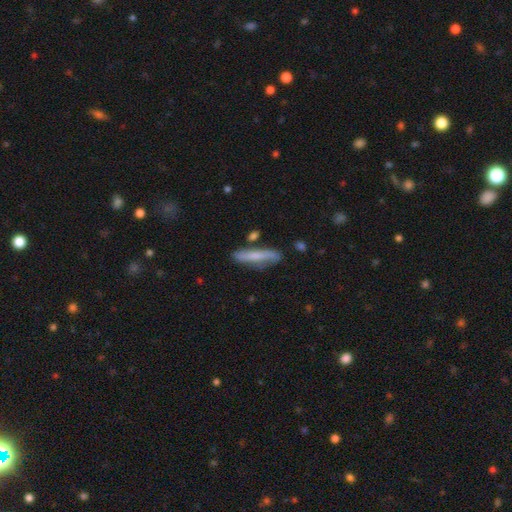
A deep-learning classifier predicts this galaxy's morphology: The model was most divided on "smooth or featured": smooth: 58%, featured or disk: 35%, star or artifact: 6%. More confident: how rounded — cigar-shaped (87%); merging — none (72%).